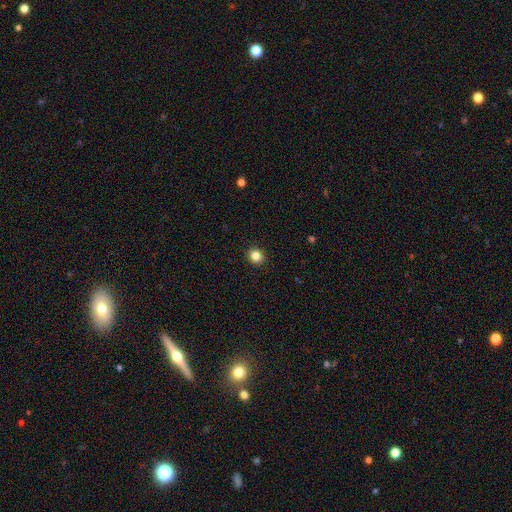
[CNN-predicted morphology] A smooth galaxy with no disk features (84%) that is round (82%).

Vote fractions:
- Smooth or featured? smooth: 84% / star or artifact: 11% / featured or disk: 4%
- How rounded? round: 82% / in between: 17% / cigar-shaped: 1%
- Merging? none: 92% / minor disturbance: 5% / major disturbance: 2% / merger: 1%